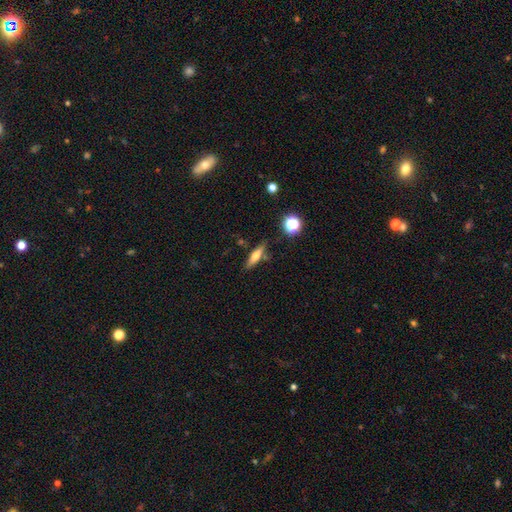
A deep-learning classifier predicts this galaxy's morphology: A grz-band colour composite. It shows a smooth galaxy with no disk features (58%) that is cigar-shaped (67%). Merging: none (78%).